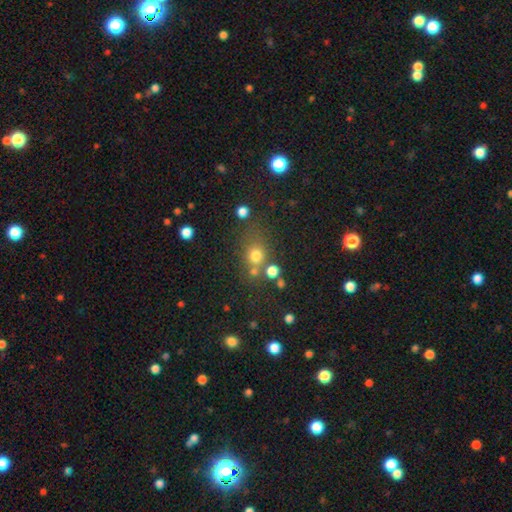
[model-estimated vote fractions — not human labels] A smooth galaxy with no disk features (71%) that is round (74%). Merging: none (60%).